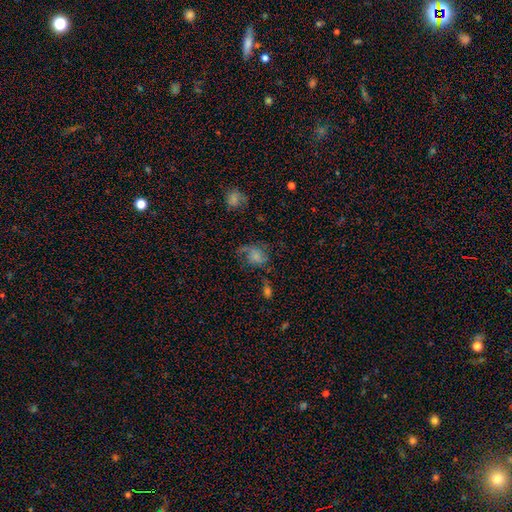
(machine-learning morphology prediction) Smooth or featured? Predicted: smooth (p=0.51). How rounded? Predicted: in between (p=0.57). Merging? Predicted: none (p=0.38).